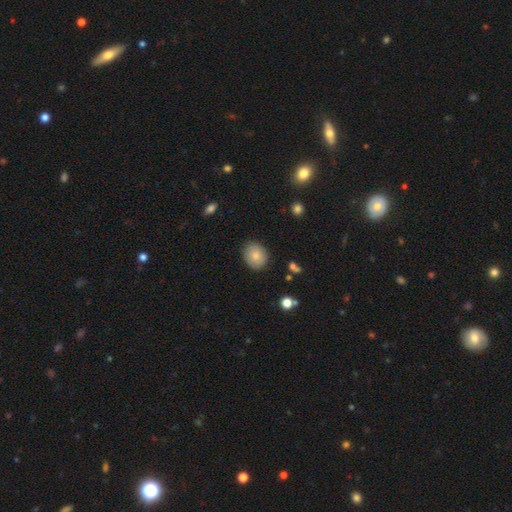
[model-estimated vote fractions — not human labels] Smooth or featured? smooth (83%)
How rounded? round (55%)
Merging? none (86%)